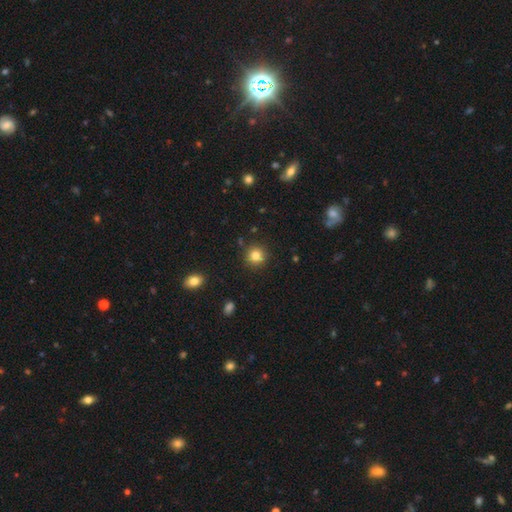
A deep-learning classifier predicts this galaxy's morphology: Overall: smooth (82%). How rounded: round (91%). Merging: none (88%).